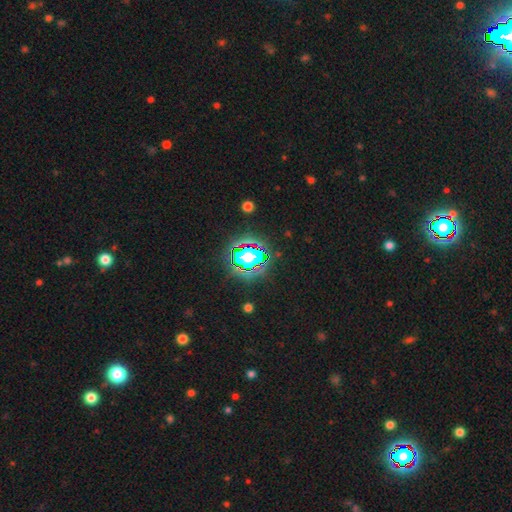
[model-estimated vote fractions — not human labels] Morphology: type=star or artifact (83%).